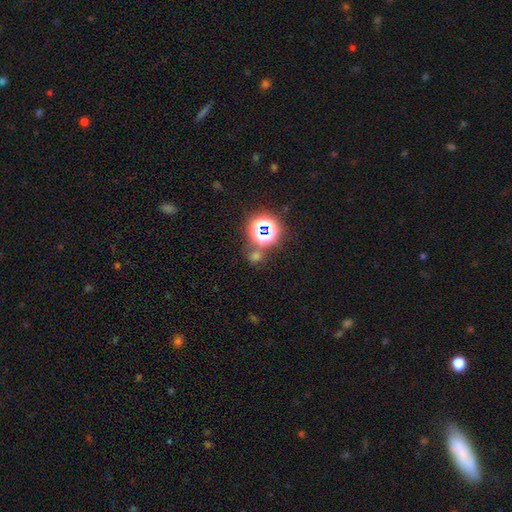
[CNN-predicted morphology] Smooth or featured? Predicted: star or artifact (p=0.55).